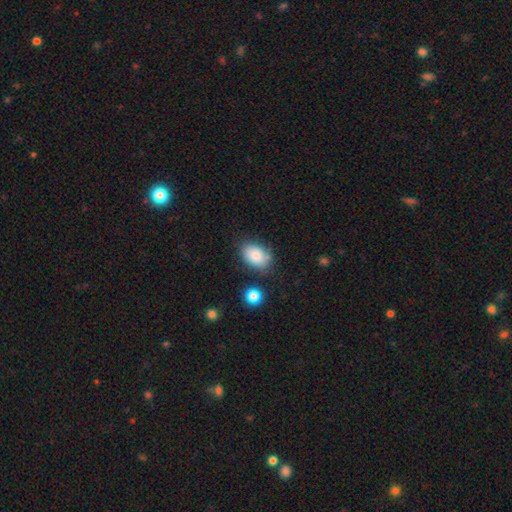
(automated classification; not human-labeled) A smooth galaxy with no disk features (85%) that is in between round and cigar-shaped (85%).

Vote fractions:
- Smooth or featured? smooth: 85% / star or artifact: 8% / featured or disk: 7%
- How rounded? in between: 85% / round: 14% / cigar-shaped: 1%
- Merging? none: 73% / minor disturbance: 17% / merger: 5% / major disturbance: 4%